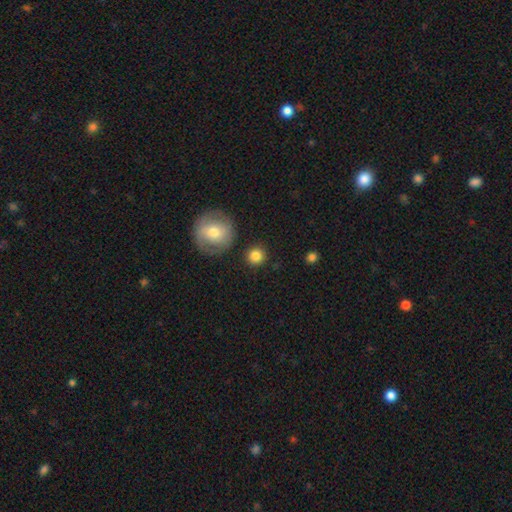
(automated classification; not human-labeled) Smooth or featured? smooth (84%)
How rounded? round (94%)
Merging? none (88%)